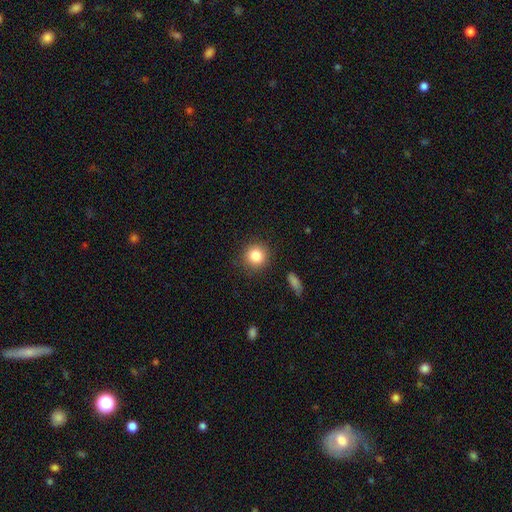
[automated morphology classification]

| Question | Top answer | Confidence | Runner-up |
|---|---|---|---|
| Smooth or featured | smooth | 84% | star or artifact (10%) |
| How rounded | round | 92% | in between (7%) |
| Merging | none | 88% | minor disturbance (8%) |